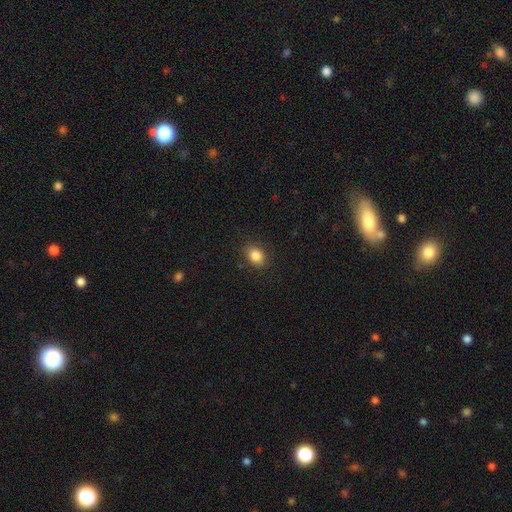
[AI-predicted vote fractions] Smooth or featured: smooth — 85% (star or artifact — 10%)
How rounded: in between — 55% (round — 44%)
Merging: none — 84% (minor disturbance — 11%)